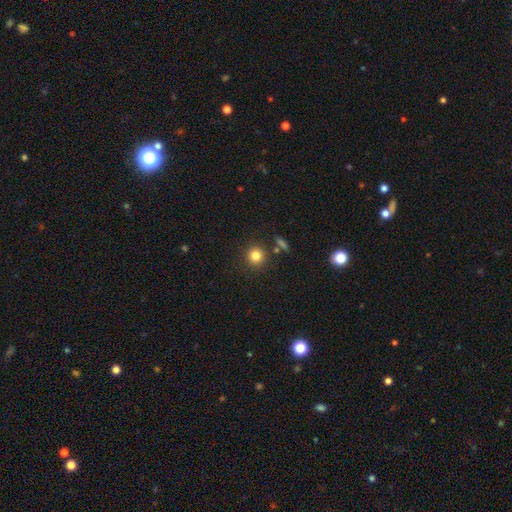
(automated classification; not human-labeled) Smooth or featured?
  - smooth: 82% *
  - star or artifact: 12%
  - featured or disk: 6%
How rounded?
  - round: 93% *
  - in between: 6%
  - cigar-shaped: 1%
Merging?
  - none: 85% *
  - minor disturbance: 7%
  - merger: 5%
  - major disturbance: 3%